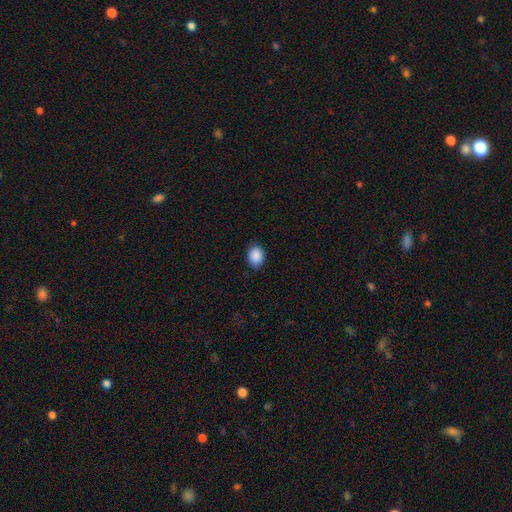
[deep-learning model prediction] Smooth or featured?
  - smooth: 90% *
  - star or artifact: 8%
  - featured or disk: 3%
How rounded?
  - in between: 68% *
  - round: 31%
  - cigar-shaped: 1%
Merging?
  - none: 88% *
  - minor disturbance: 9%
  - major disturbance: 2%
  - merger: 1%